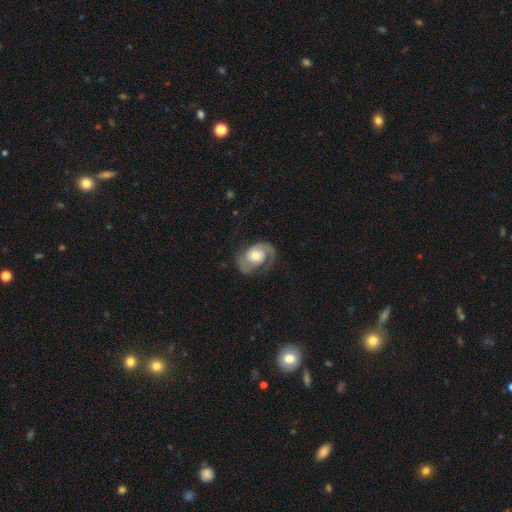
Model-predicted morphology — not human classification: smooth-or-featured: featured or disk: 76% | smooth: 19% | star or artifact: 5%
  disk-edge-on: no: 97% | yes: 3%
    bar: no: 71% | weak: 23% | strong: 6%
    has-spiral-arms: yes: 91% | no: 9%
      spiral-winding: medium: 43% | tight: 35% | loose: 22%
      spiral-arm-count: 2: 69% | 1: 20% | can't tell: 7% | 3: 2% | 4: 1% | more than 4: 1%
    bulge-size: moderate: 61% | small: 20% | large: 15% | dominant: 2% | none: 2%
  merging: none: 60% | minor disturbance: 20% | major disturbance: 18% | merger: 1%